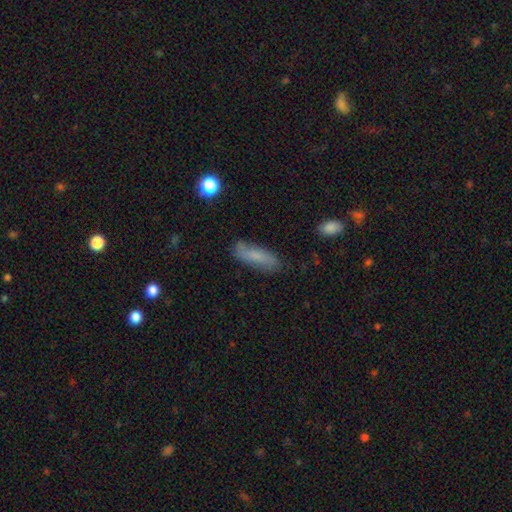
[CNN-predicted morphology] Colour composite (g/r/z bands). It shows a smooth galaxy with no disk features (74%) that is cigar-shaped (55%). Merging: none (79%).